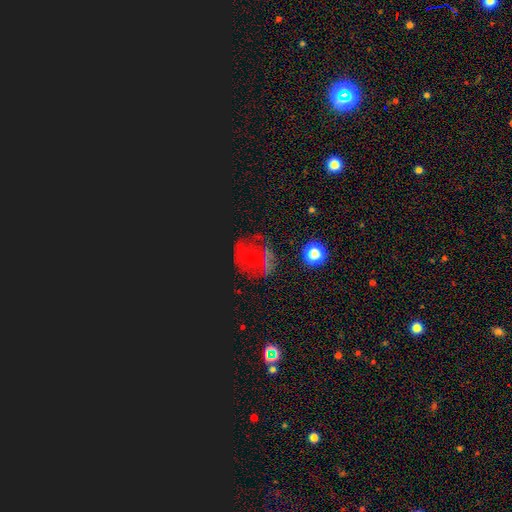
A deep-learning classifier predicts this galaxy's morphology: Smooth or featured: star or artifact — 44% (featured or disk — 30%)